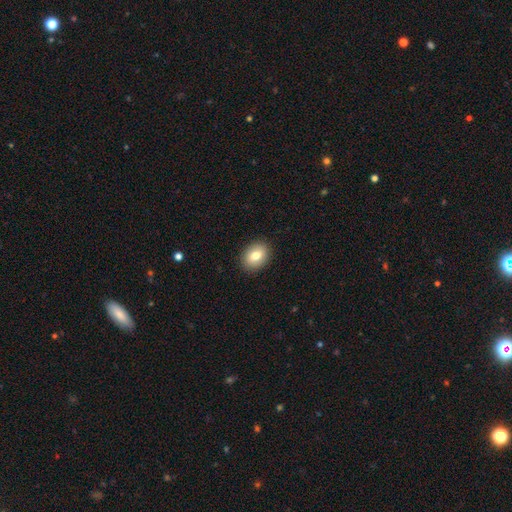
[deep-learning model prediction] smooth-or-featured: smooth: 79% | featured or disk: 13% | star or artifact: 8%
  how-rounded: in between: 67% | round: 32% | cigar-shaped: 1%
  merging: none: 90% | minor disturbance: 7% | major disturbance: 2% | merger: 1%